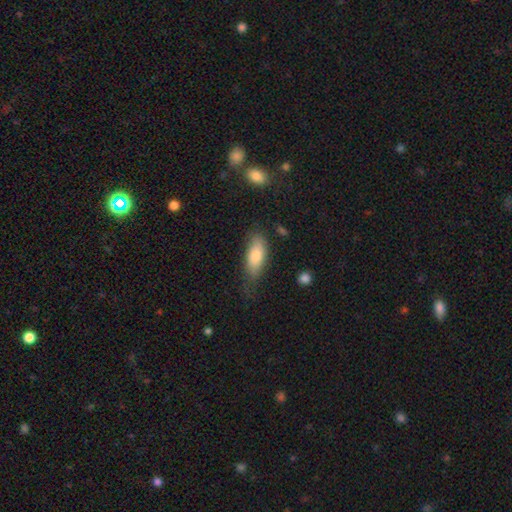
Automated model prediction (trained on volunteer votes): Smooth or featured?
  - smooth: 79% *
  - featured or disk: 14%
  - star or artifact: 7%
How rounded?
  - in between: 73% *
  - cigar-shaped: 25%
  - round: 2%
Merging?
  - none: 60% *
  - minor disturbance: 29%
  - major disturbance: 9%
  - merger: 2%